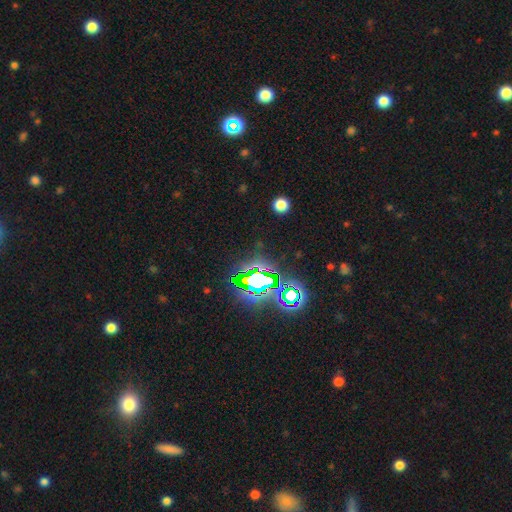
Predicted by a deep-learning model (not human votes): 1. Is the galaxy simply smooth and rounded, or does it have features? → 80% star or artifact, 12% smooth, 8% featured or disk.